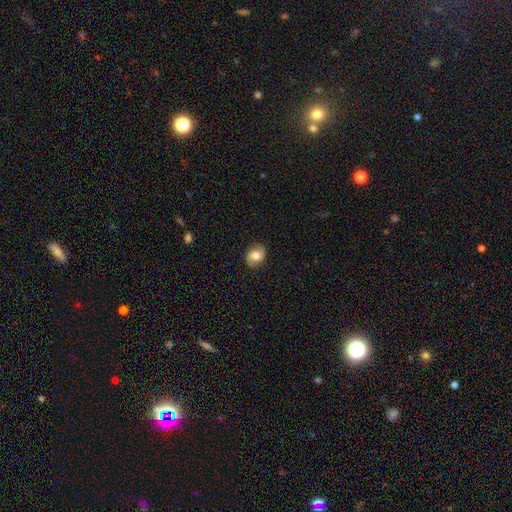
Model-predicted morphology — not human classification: A featured or disk galaxy (53%) with no bar (63%), spiral arms (86%) and a moderate central bulge (60%). Merging: none (86%).